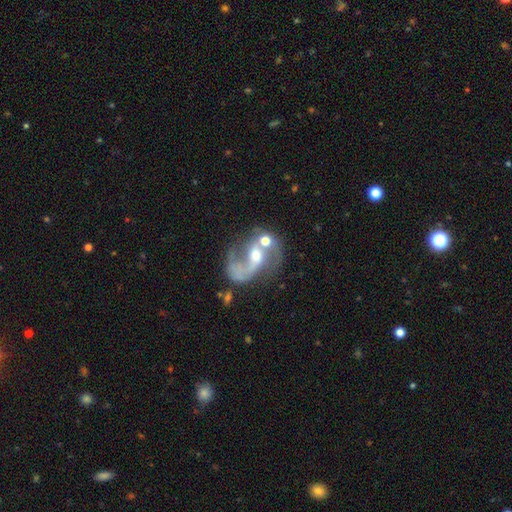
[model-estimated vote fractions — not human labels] Smooth or featured? featured or disk (79%)
Edge-on disk? no (97%)
Bar? no (49%)
Spiral arms? yes (85%)
Spiral winding? loose (54%)
Spiral arm count? 2 (58%)
Bulge size? moderate (48%)
Merging? merger (40%)